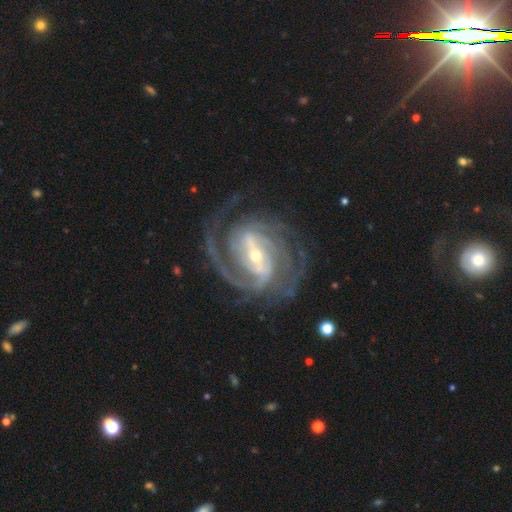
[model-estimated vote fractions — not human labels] Smooth or featured: featured or disk — 93% (star or artifact — 5%)
Edge-on disk: no — 97% (yes — 3%)
Bar: strong — 58% (weak — 30%)
Spiral arms: yes — 98% (no — 2%)
Spiral winding: tight — 55% (medium — 39%)
Spiral arm count: 2 — 37% (3 — 28%)
Bulge size: small — 60% (moderate — 35%)
Merging: none — 73% (minor disturbance — 15%)